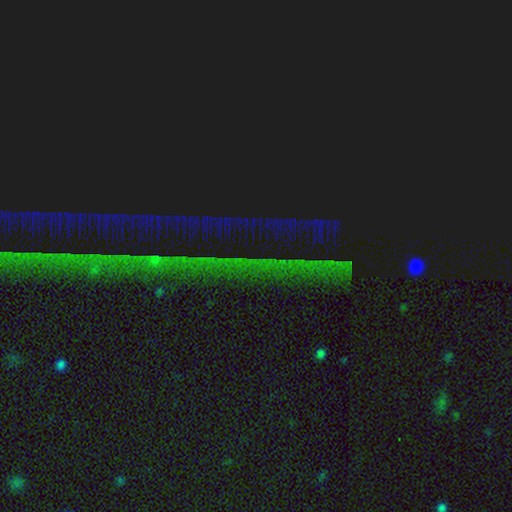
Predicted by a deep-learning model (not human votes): Smooth or featured?
  - star or artifact: 83% *
  - featured or disk: 9%
  - smooth: 8%